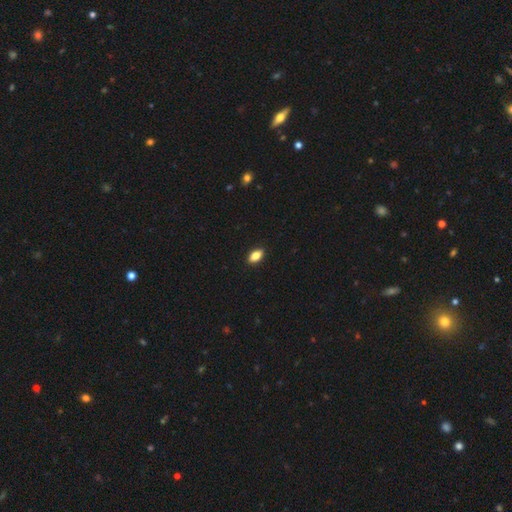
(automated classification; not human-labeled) Smooth or featured: smooth — 82% (featured or disk — 10%)
How rounded: in between — 88% (cigar-shaped — 6%)
Merging: none — 90% (minor disturbance — 7%)